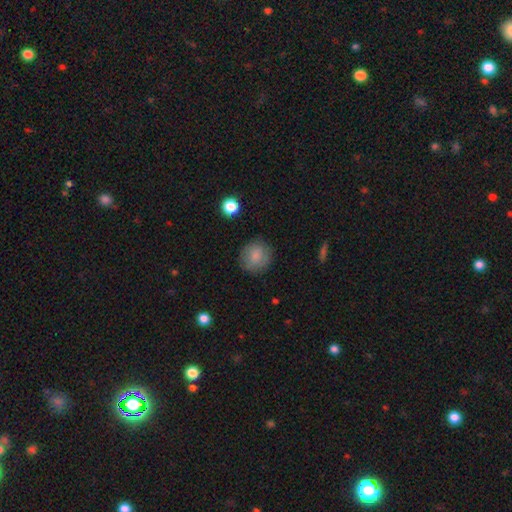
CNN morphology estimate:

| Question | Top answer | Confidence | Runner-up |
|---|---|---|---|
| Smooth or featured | smooth | 82% | featured or disk (10%) |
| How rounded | round | 88% | in between (11%) |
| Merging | none | 83% | minor disturbance (12%) |